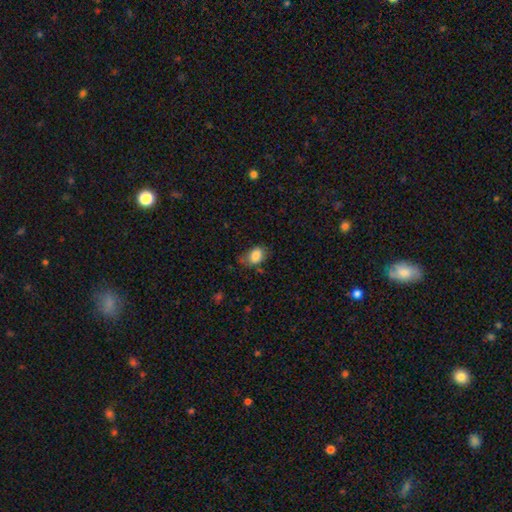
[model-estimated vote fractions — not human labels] A smooth galaxy with no disk features (84%) that is in between round and cigar-shaped (79%).

Vote fractions:
- Smooth or featured? smooth: 84% / star or artifact: 8% / featured or disk: 8%
- How rounded? in between: 79% / round: 20% / cigar-shaped: 1%
- Merging? none: 51% / minor disturbance: 34% / major disturbance: 12% / merger: 3%